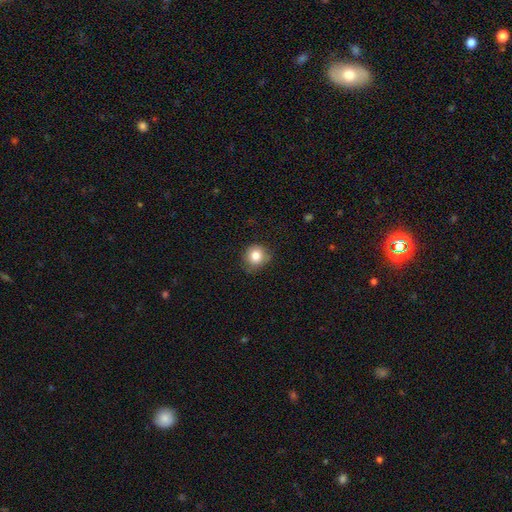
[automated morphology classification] A smooth galaxy with no disk features (83%) that is round (85%). Merging: none (75%).